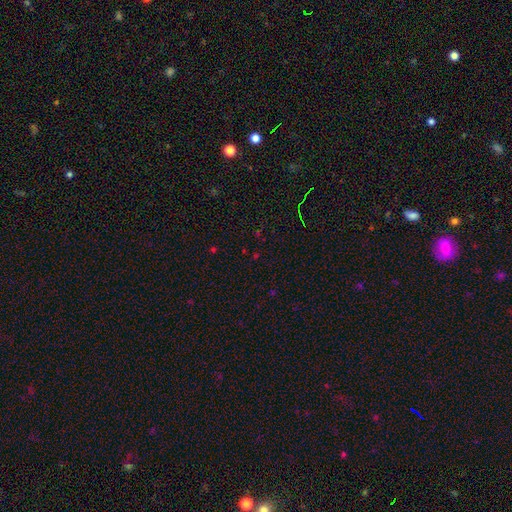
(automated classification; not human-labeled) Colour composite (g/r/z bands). It shows a star or artifact, not a galaxy (66%).